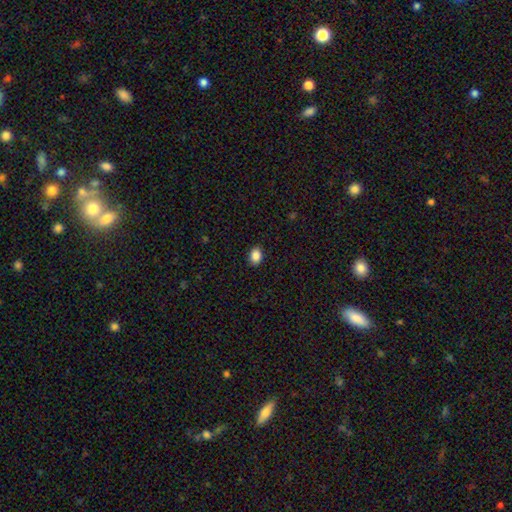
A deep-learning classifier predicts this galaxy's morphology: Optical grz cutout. It shows a smooth galaxy with no disk features (88%) that is in between round and cigar-shaped (67%). Merging: none (90%).